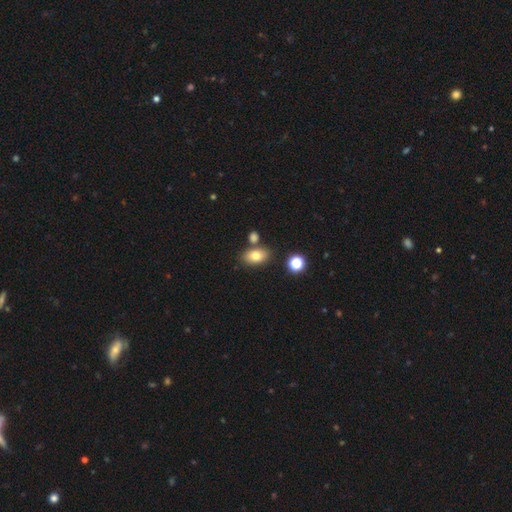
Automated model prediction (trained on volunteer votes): Morphology: type=smooth (78%); roundness=in between (86%); merging=none (74%).